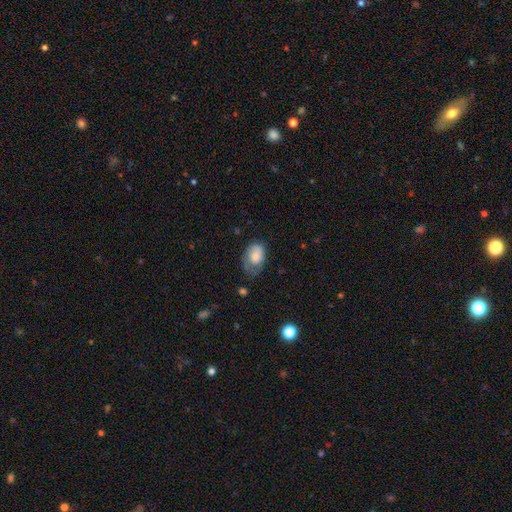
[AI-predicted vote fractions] Q: Smooth or featured?
A: smooth (66%); runner-up: featured or disk (27%)
Q: How rounded?
A: in between (84%); runner-up: round (14%)
Q: Merging?
A: none (40%); runner-up: minor disturbance (37%)